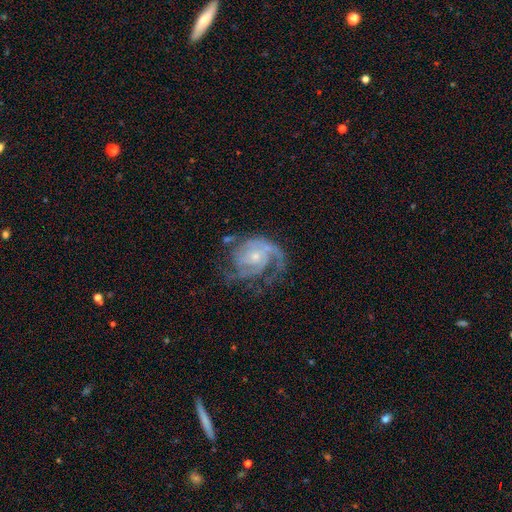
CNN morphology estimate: A featured or disk galaxy (87%) with no bar (68%), 2 (38%) tight (49%) spiral arms (96%) and a small central bulge (66%).

Vote fractions:
- Smooth or featured? featured or disk: 87% / smooth: 7% / star or artifact: 6%
- Edge-on disk? no: 98% / yes: 2%
- Bar? no: 68% / weak: 26% / strong: 5%
- Spiral arms? yes: 96% / no: 4%
- Spiral winding? tight: 49% / medium: 39% / loose: 12%
- Spiral arm count? 2: 38% / 3: 22% / can't tell: 19% / 1: 11% / 4: 5% / more than 4: 4%
- Bulge size? small: 66% / moderate: 28% / none: 3% / large: 2% / dominant: 1%
- Merging? none: 56% / minor disturbance: 21% / major disturbance: 20% / merger: 3%